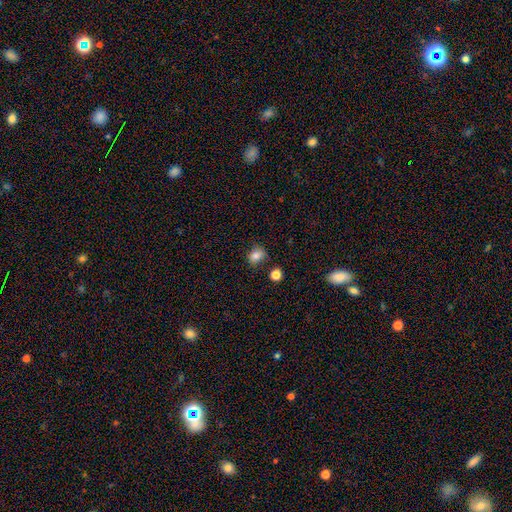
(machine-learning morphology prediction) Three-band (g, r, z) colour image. It shows a smooth galaxy with no disk features (81%) that is round (54%). Merging: none (75%).